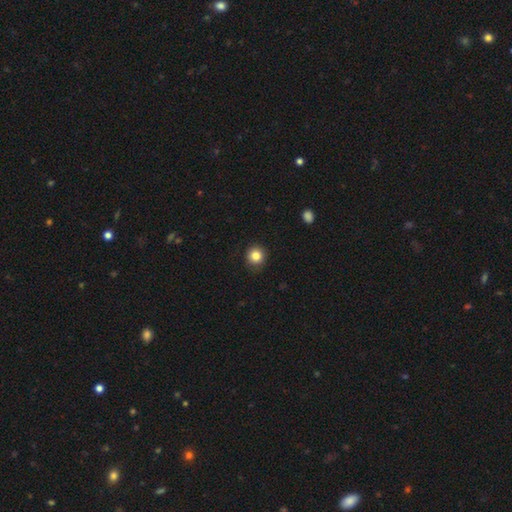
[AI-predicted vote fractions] Morphology: type=smooth (84%); roundness=round (93%); merging=none (89%).